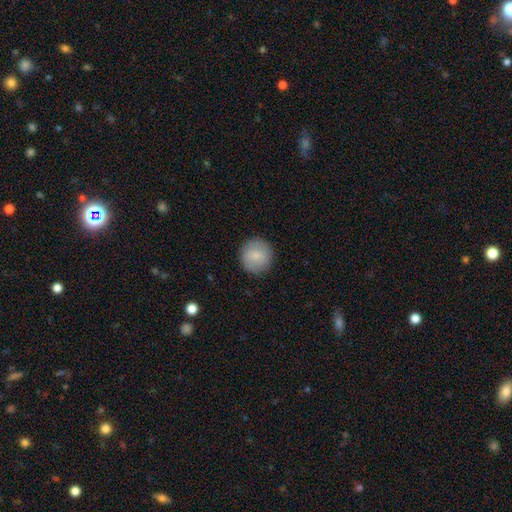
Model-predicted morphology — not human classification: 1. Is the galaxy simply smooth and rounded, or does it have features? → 84% smooth, 10% featured or disk, 7% star or artifact.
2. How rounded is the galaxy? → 94% round, 5% in between, 1% cigar-shaped.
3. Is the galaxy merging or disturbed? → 90% none, 7% minor disturbance, 2% major disturbance, 1% merger.